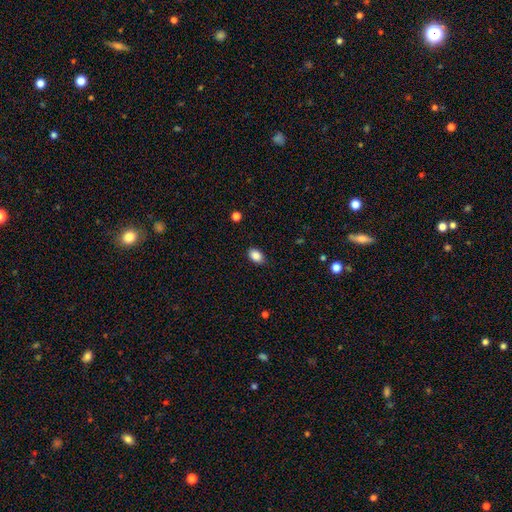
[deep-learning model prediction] A smooth galaxy with no disk features (88%) that is in between round and cigar-shaped (86%). Merging: none (86%).